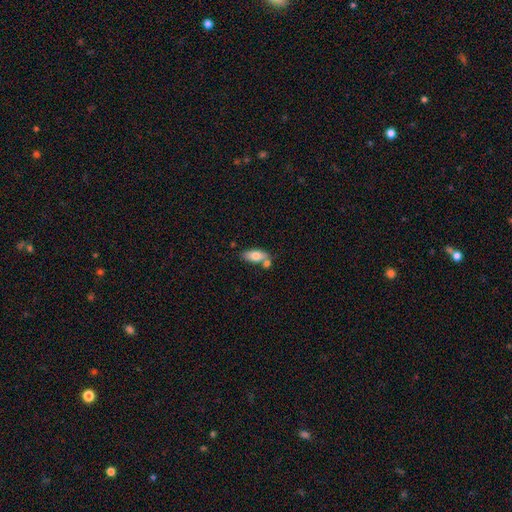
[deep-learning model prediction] A smooth galaxy with no disk features (75%) that is in between round and cigar-shaped (85%).

Vote fractions:
- Smooth or featured? smooth: 75% / featured or disk: 18% / star or artifact: 7%
- How rounded? in between: 85% / cigar-shaped: 12% / round: 3%
- Merging? none: 54% / merger: 29% / minor disturbance: 14% / major disturbance: 4%